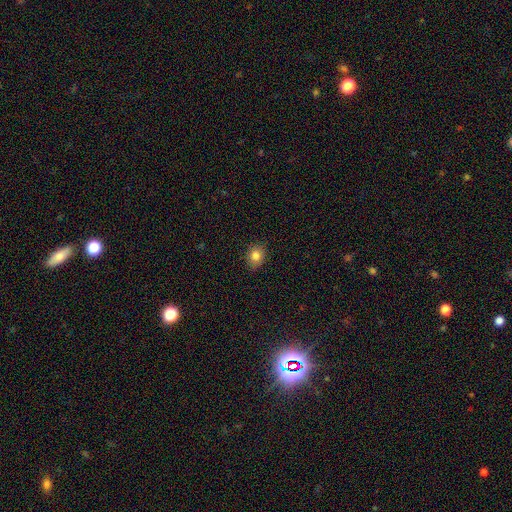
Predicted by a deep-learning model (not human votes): Smooth or featured? smooth (83%)
How rounded? round (51%)
Merging? none (85%)